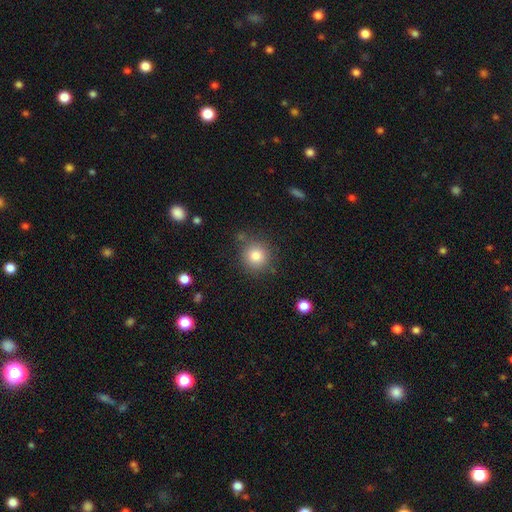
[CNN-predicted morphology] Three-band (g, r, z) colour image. It shows a smooth galaxy with no disk features (83%) that is round (92%). Merging: none (83%).